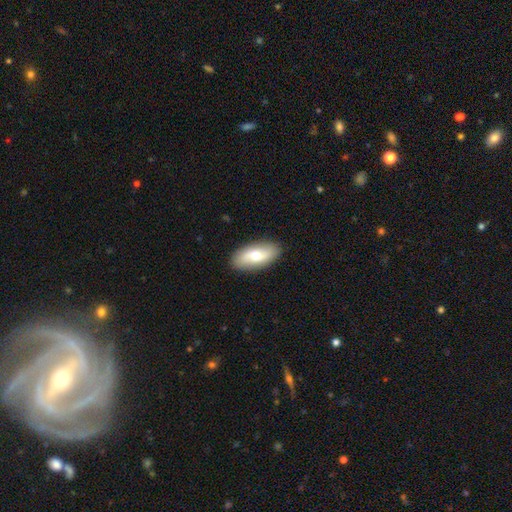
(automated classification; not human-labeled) Smooth or featured? Predicted: smooth (p=0.60). How rounded? Predicted: in between (p=0.88). Merging? Predicted: none (p=0.89).